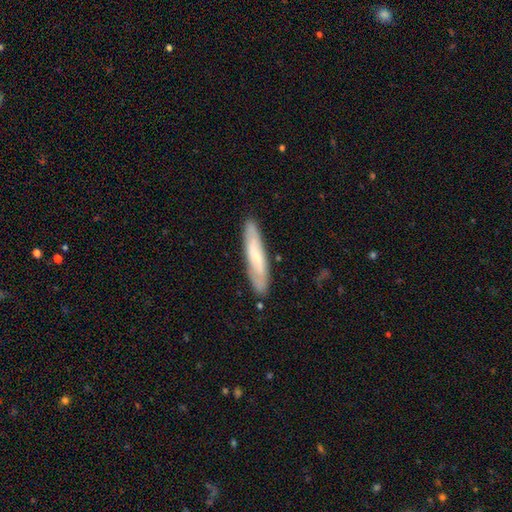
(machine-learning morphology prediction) Overall: smooth (52%; featured or disk 42%). How rounded: cigar-shaped (84%). Merging: none (85%).